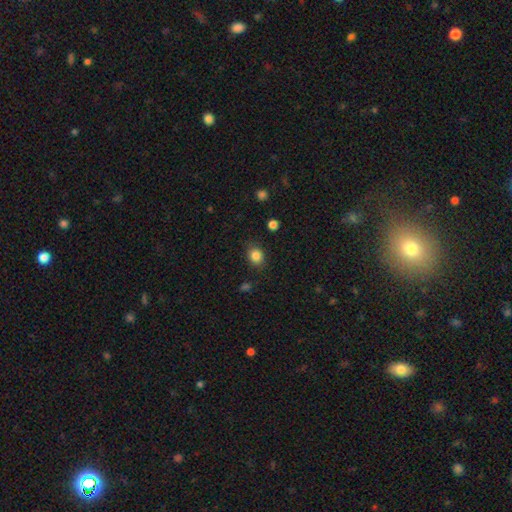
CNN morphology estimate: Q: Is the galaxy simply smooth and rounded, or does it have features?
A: smooth — 85%.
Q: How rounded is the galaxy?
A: round — 57%.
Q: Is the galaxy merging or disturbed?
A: none — 83%.